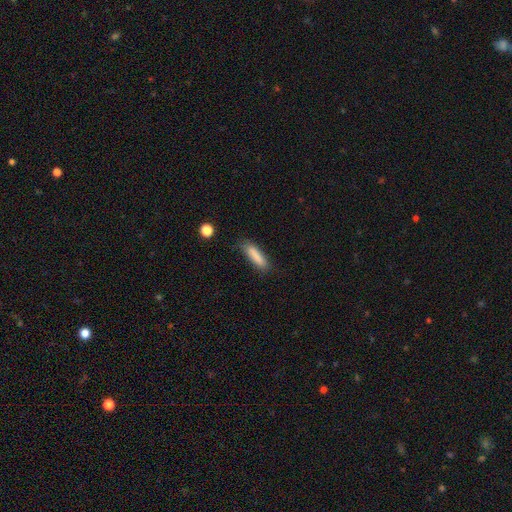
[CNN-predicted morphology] This is clearly a smooth galaxy (84%). How rounded: likely cigar-shaped (72%). Merging: likely none (76%).